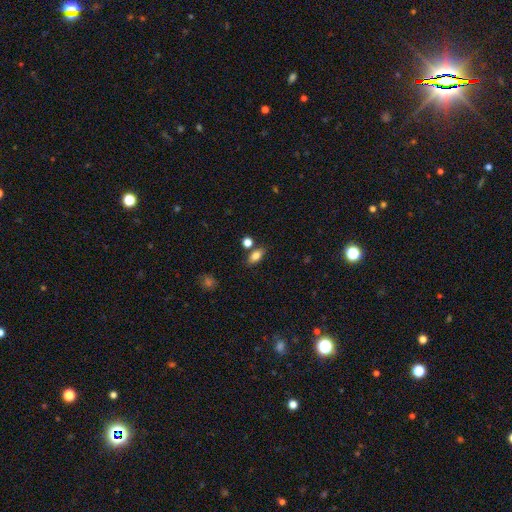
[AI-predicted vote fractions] Smooth or featured?
  - smooth: 81% *
  - star or artifact: 10%
  - featured or disk: 9%
How rounded?
  - in between: 84% *
  - round: 10%
  - cigar-shaped: 6%
Merging?
  - none: 73% *
  - minor disturbance: 12%
  - merger: 11%
  - major disturbance: 4%